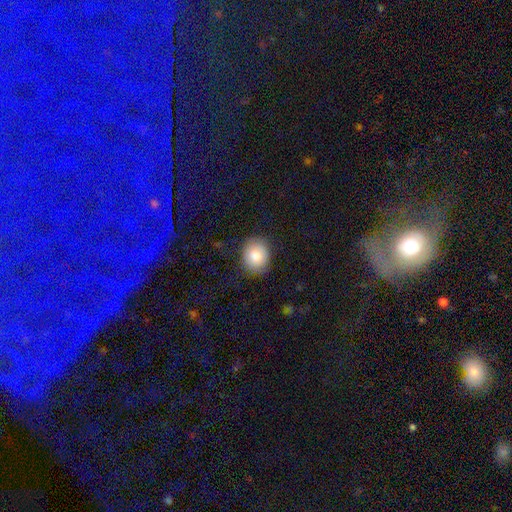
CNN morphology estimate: This appears to be a smooth galaxy with no disk features (84%) that is round (67%). Merging: none (81%).